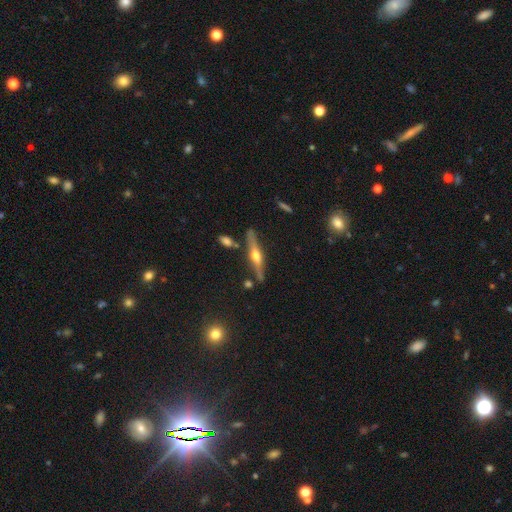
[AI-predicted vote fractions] This appears to be a featured or disk galaxy (76%) viewed edge-on (97%) with a rounded central bulge (94%). Merging: none (83%).